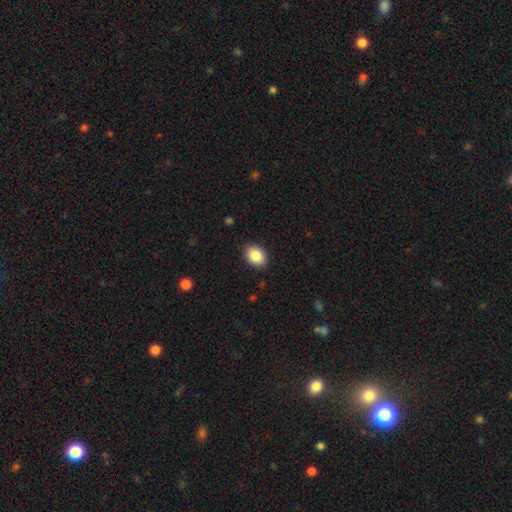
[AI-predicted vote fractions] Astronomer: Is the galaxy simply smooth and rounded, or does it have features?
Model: smooth — 88%.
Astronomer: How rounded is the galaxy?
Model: in between — 69%.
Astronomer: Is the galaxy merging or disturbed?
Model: none — 89%.